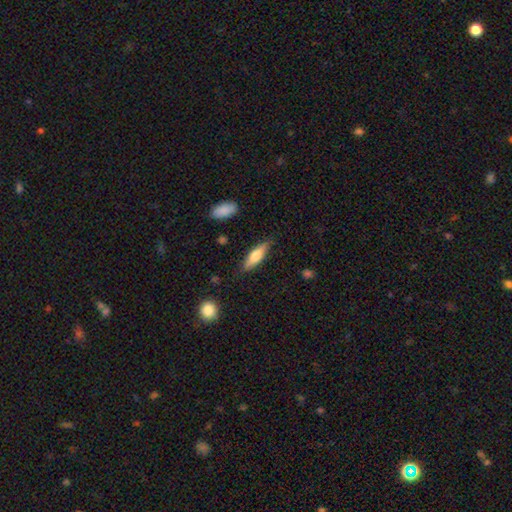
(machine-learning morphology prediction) This appears to be a smooth galaxy with no disk features (60%) that is cigar-shaped (57%). Merging: none (82%).